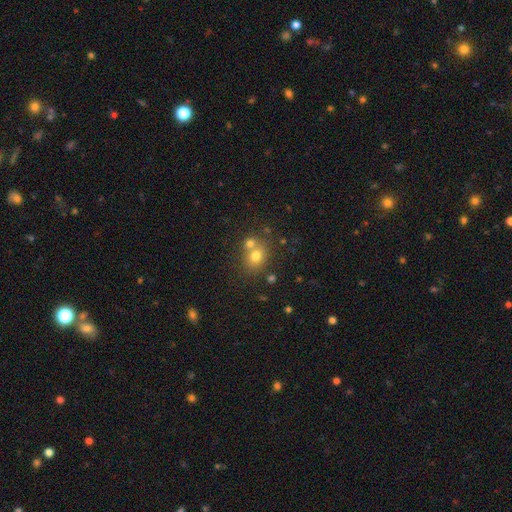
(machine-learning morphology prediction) Q: Smooth or featured?
A: smooth (73%); runner-up: star or artifact (14%)
Q: How rounded?
A: round (63%); runner-up: in between (36%)
Q: Merging?
A: none (53%); runner-up: merger (34%)